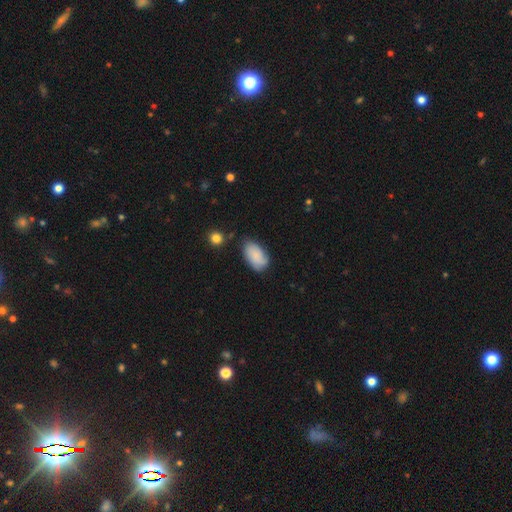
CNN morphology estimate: Q: Smooth or featured?
A: smooth (80%); runner-up: featured or disk (13%)
Q: How rounded?
A: in between (93%); runner-up: round (5%)
Q: Merging?
A: none (62%); runner-up: minor disturbance (28%)